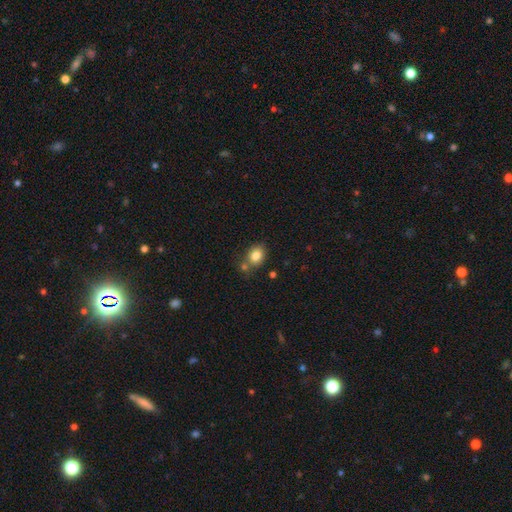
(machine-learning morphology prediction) Smooth or featured?
  - smooth: 82% *
  - star or artifact: 10%
  - featured or disk: 8%
How rounded?
  - round: 50% *
  - in between: 49%
  - cigar-shaped: 1%
Merging?
  - none: 65% *
  - merger: 17%
  - minor disturbance: 14%
  - major disturbance: 4%